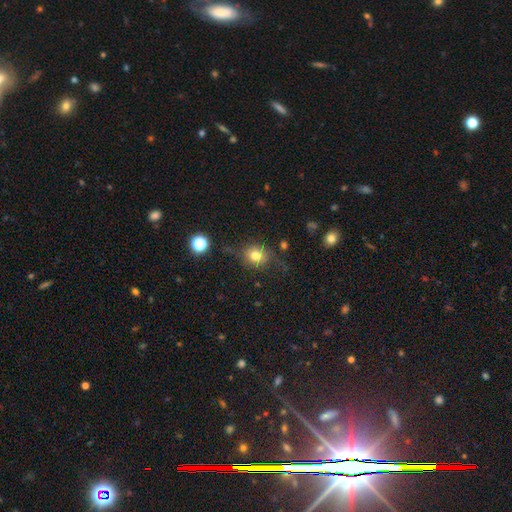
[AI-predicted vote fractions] smooth 75%, star or artifact 14%, featured or disk 11%. Down the decision tree: how rounded — round (80%); merging — none (71%).